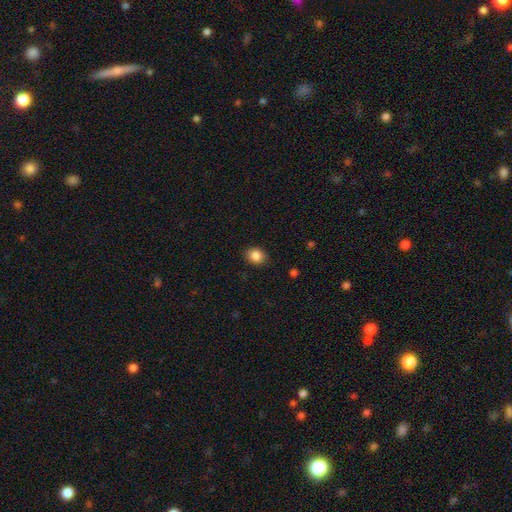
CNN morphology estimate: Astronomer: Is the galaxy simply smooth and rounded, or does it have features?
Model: smooth — 86%.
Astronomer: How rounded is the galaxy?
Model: in between — 53% (runner-up: round, 46%).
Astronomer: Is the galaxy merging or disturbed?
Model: none — 85%.